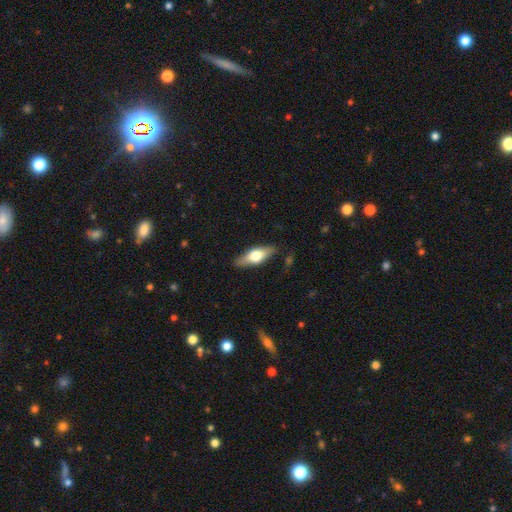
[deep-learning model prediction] A smooth galaxy with no disk features (50%) that is in between round and cigar-shaped (64%).

Vote fractions:
- Smooth or featured? smooth: 50% / featured or disk: 43% / star or artifact: 6%
- How rounded? in between: 64% / cigar-shaped: 33% / round: 3%
- Merging? none: 84% / minor disturbance: 12% / major disturbance: 3% / merger: 1%